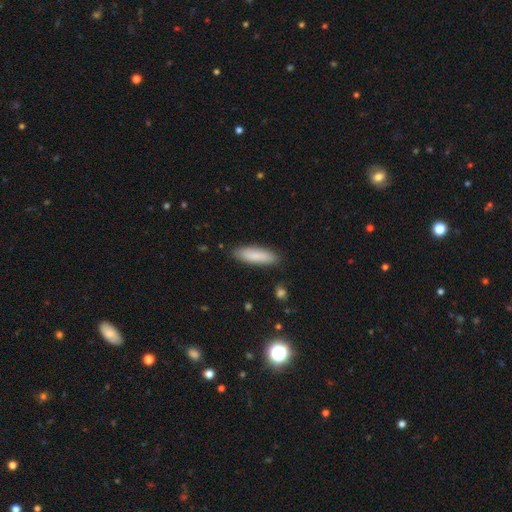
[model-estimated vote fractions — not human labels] Overall: smooth (85%). How rounded: cigar-shaped (52%; in between 46%). Merging: none (87%).